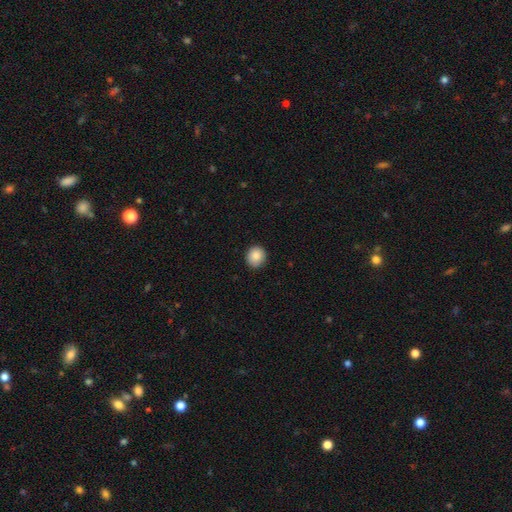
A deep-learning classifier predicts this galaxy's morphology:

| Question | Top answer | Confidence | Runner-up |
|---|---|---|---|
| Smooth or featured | smooth | 87% | star or artifact (8%) |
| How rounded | round | 84% | in between (15%) |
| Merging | none | 89% | minor disturbance (8%) |